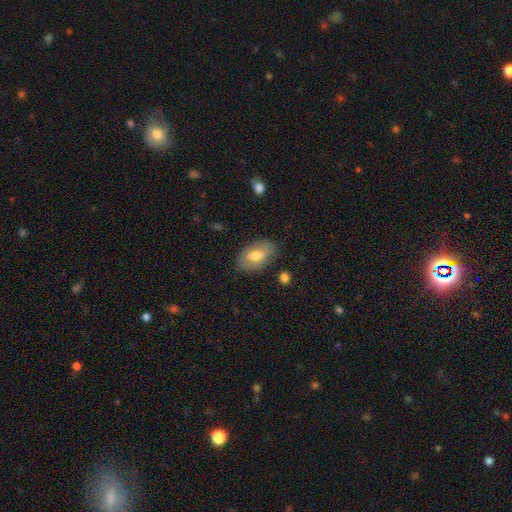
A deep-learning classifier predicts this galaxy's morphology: A smooth galaxy with no disk features (66%) that is in between round and cigar-shaped (92%).

Vote fractions:
- Smooth or featured? smooth: 66% / featured or disk: 28% / star or artifact: 7%
- How rounded? in between: 92% / round: 5% / cigar-shaped: 2%
- Merging? none: 81% / minor disturbance: 14% / major disturbance: 4% / merger: 2%